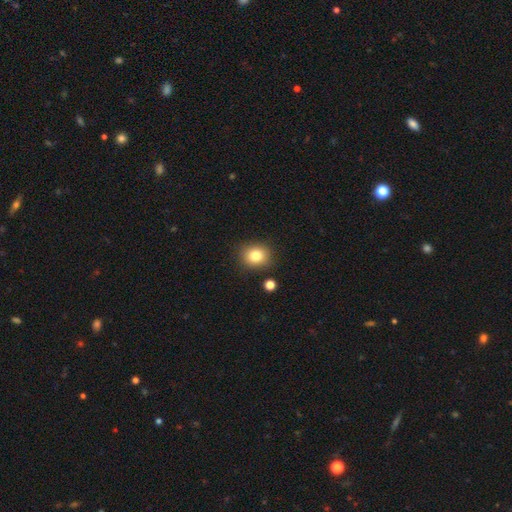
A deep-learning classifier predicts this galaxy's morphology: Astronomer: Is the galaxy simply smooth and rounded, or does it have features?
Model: smooth — 81%.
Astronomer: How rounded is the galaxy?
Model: round — 71%.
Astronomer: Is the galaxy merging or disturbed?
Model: none — 85%.